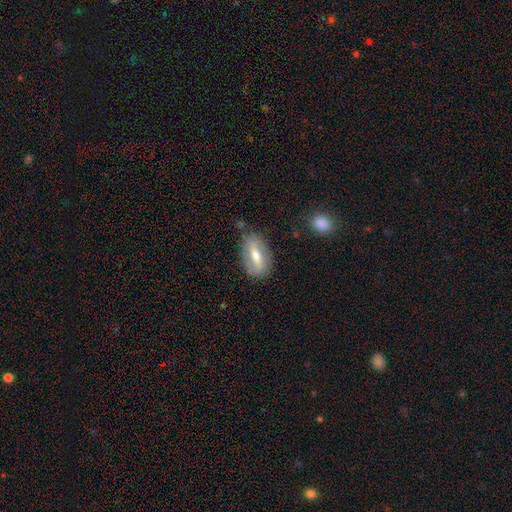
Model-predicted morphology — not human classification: smooth_or_featured: smooth (p=0.56) [alt: featured or disk p=0.37]
how_rounded: in between (p=0.82) [alt: cigar-shaped p=0.12]
merging: none (p=0.77) [alt: minor disturbance p=0.16]